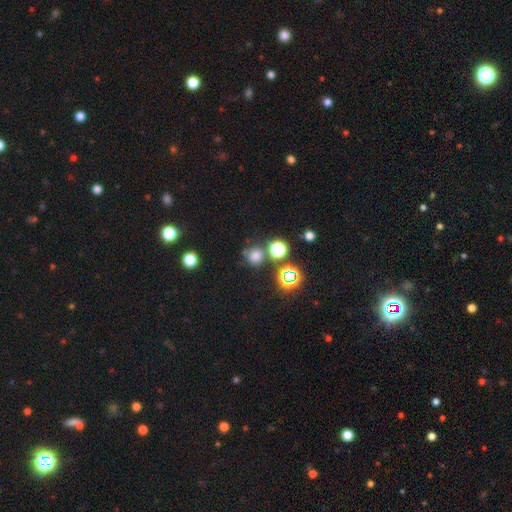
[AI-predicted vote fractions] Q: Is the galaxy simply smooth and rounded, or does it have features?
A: smooth — 66%.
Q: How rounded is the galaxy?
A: round — 87%.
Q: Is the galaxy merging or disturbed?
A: none — 69%.